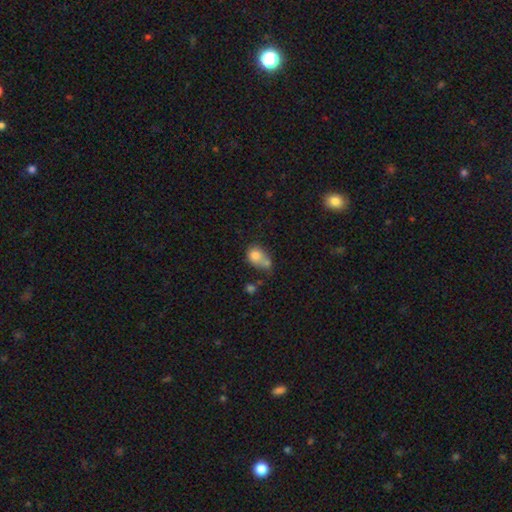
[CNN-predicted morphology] This appears to be a smooth galaxy with no disk features (75%) that is round (51%). Merging: merger (45%).